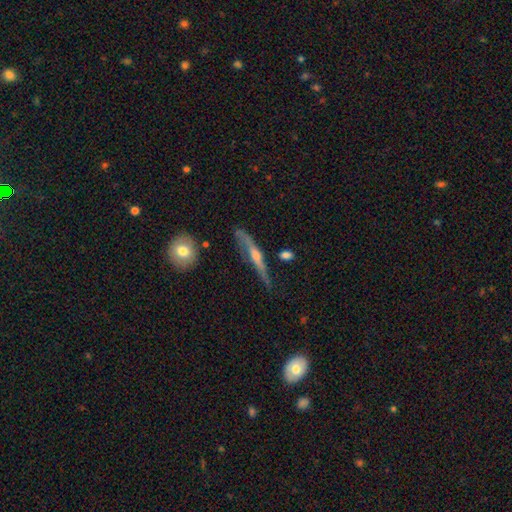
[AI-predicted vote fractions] Smooth or featured?
  - featured or disk: 74% *
  - smooth: 16%
  - star or artifact: 9%
Edge-on disk?
  - yes: 89% *
  - no: 11%
Edge-on bulge?
  - rounded: 84% *
  - none: 11%
  - boxy: 6%
Merging?
  - none: 74% *
  - minor disturbance: 17%
  - major disturbance: 6%
  - merger: 3%